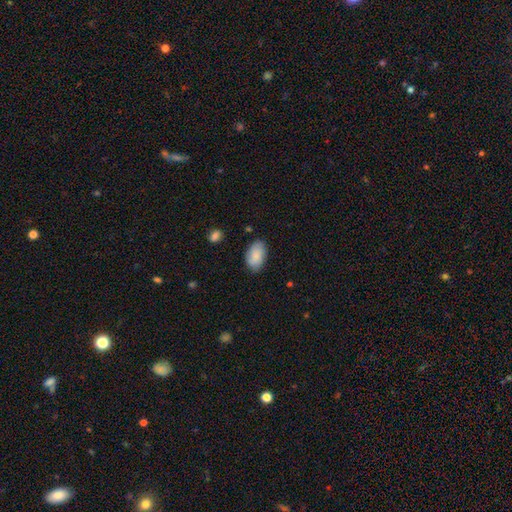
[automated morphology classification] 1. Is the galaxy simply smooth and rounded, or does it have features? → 85% smooth, 9% featured or disk, 6% star or artifact.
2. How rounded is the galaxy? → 93% in between, 5% round, 2% cigar-shaped.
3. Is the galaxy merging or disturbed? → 80% none, 15% minor disturbance, 3% major disturbance, 1% merger.